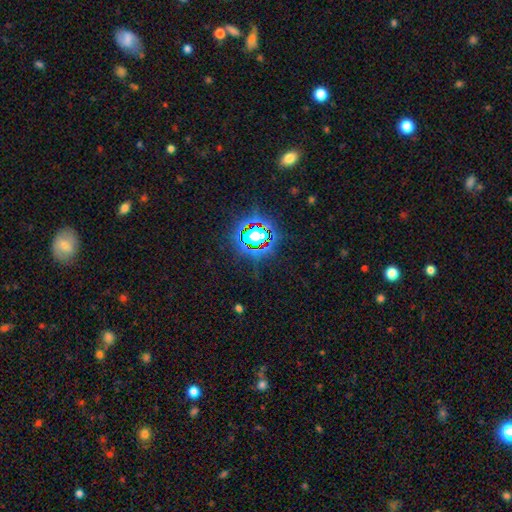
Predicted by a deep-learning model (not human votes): Smooth or featured? star or artifact (79%)